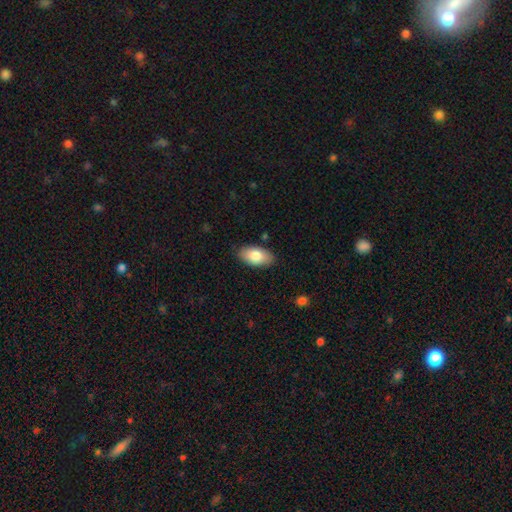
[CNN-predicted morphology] Smooth or featured: smooth — 82% (featured or disk — 12%)
How rounded: in between — 94% (round — 3%)
Merging: none — 85% (minor disturbance — 11%)